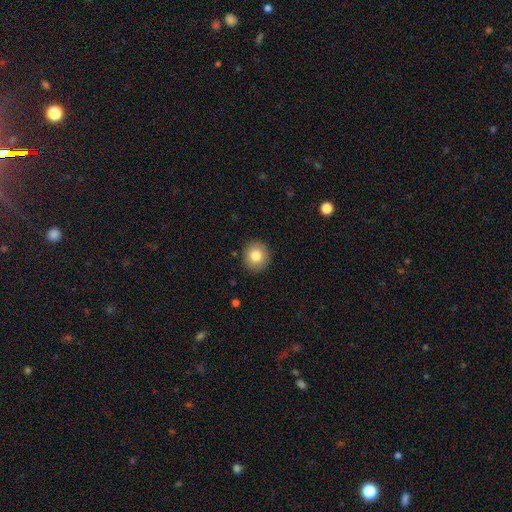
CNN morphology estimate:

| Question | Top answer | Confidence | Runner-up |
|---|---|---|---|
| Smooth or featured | smooth | 81% | featured or disk (10%) |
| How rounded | round | 88% | in between (11%) |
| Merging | none | 90% | minor disturbance (7%) |